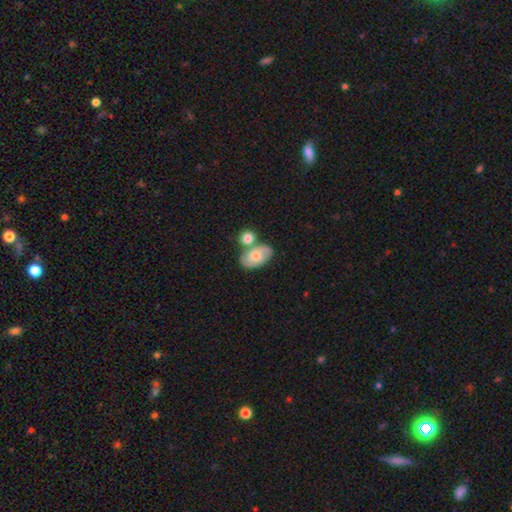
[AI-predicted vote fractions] The model was most divided on "merging": none: 45%, merger: 37%, minor disturbance: 14%, major disturbance: 4%. More confident: how rounded — in between (88%); smooth or featured — smooth (63%).